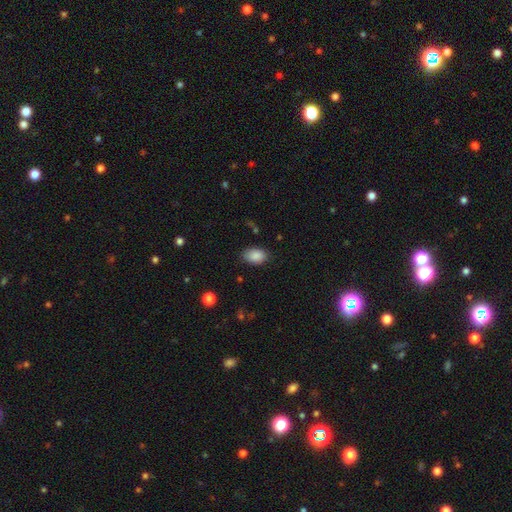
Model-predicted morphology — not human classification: smooth 89%, star or artifact 8%, featured or disk 4%. Down the decision tree: how rounded — in between (89%); merging — none (82%).